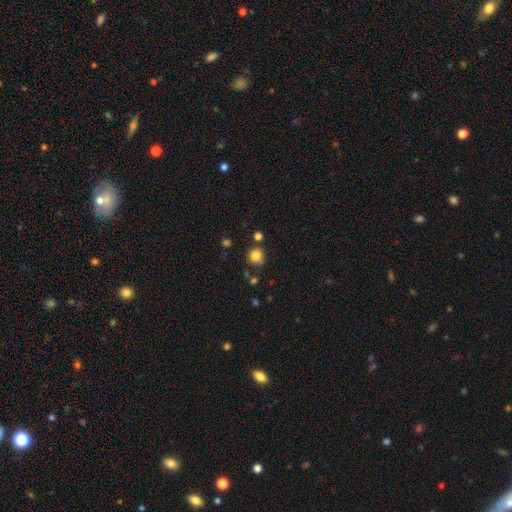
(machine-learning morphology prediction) A smooth galaxy with no disk features (83%) that is round (88%).

Vote fractions:
- Smooth or featured? smooth: 83% / star or artifact: 12% / featured or disk: 6%
- How rounded? round: 88% / in between: 11% / cigar-shaped: 1%
- Merging? none: 74% / minor disturbance: 15% / merger: 7% / major disturbance: 4%